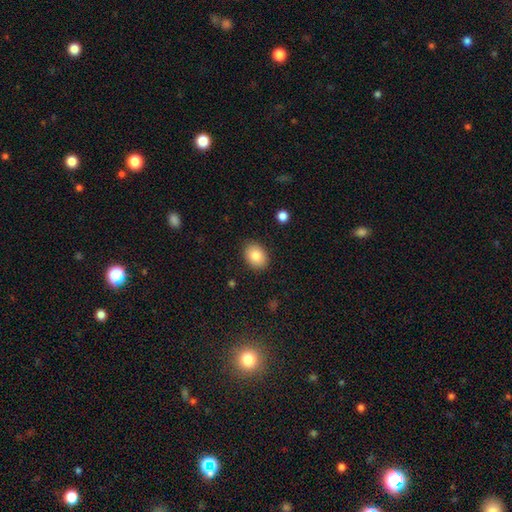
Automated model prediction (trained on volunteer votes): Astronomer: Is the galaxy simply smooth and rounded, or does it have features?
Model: smooth — 83%.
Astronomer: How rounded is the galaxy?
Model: in between — 69%.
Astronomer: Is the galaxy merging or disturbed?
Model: none — 87%.